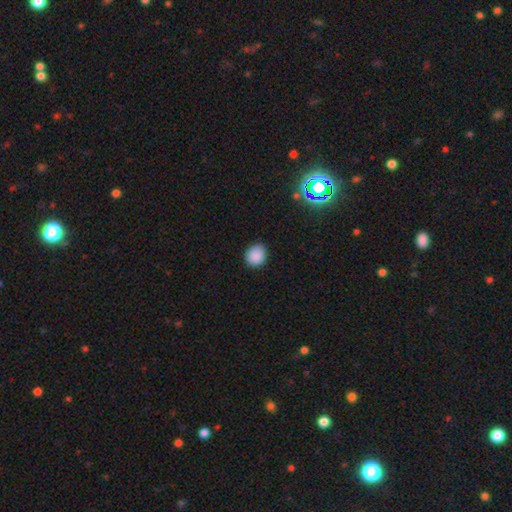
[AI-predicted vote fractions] A smooth galaxy with no disk features (88%) that is round (69%).

Vote fractions:
- Smooth or featured? smooth: 88% / star or artifact: 9% / featured or disk: 3%
- How rounded? round: 69% / in between: 30% / cigar-shaped: 1%
- Merging? none: 87% / minor disturbance: 10% / major disturbance: 2% / merger: 1%